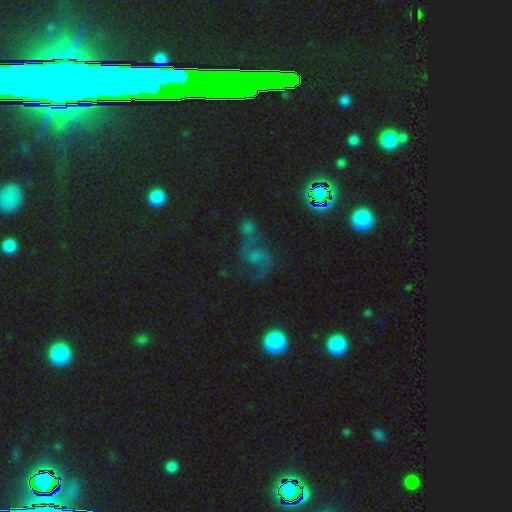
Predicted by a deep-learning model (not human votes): A featured or disk galaxy (54%) with no bar (57%), spiral arms (89%) and a small central bulge (32%). Merging: none (48%).